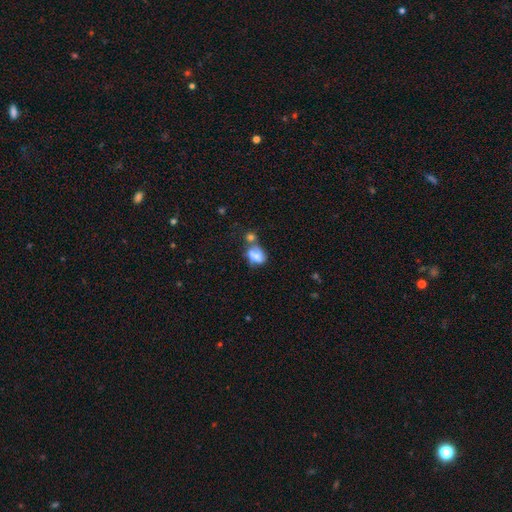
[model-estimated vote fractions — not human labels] The model was most divided on "merging": merger: 48%, none: 27%, minor disturbance: 16%, major disturbance: 10%. More confident: how rounded — in between (70%); smooth or featured — smooth (63%).